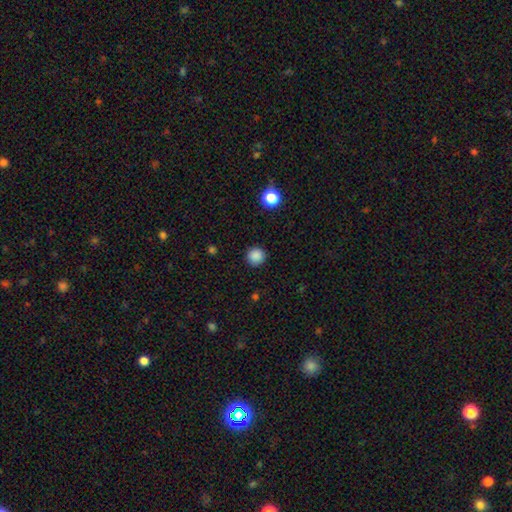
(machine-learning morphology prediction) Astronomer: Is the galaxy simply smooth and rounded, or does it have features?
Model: smooth — 87%.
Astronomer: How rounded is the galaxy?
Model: round — 95%.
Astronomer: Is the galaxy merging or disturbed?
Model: none — 91%.